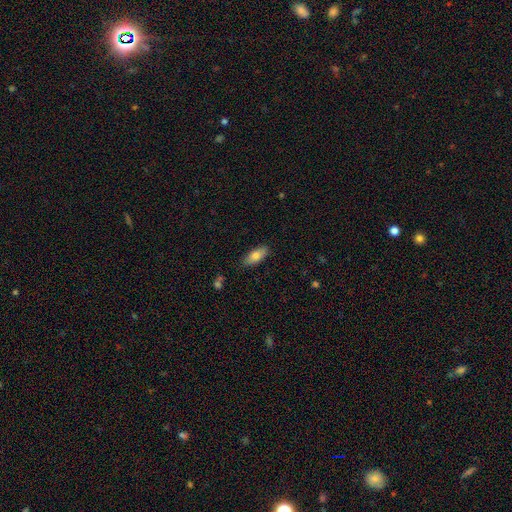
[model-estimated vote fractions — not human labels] smooth-or-featured: smooth: 77% | featured or disk: 16% | star or artifact: 7%
  how-rounded: in between: 78% | cigar-shaped: 20% | round: 2%
  merging: none: 86% | minor disturbance: 11% | major disturbance: 2% | merger: 1%